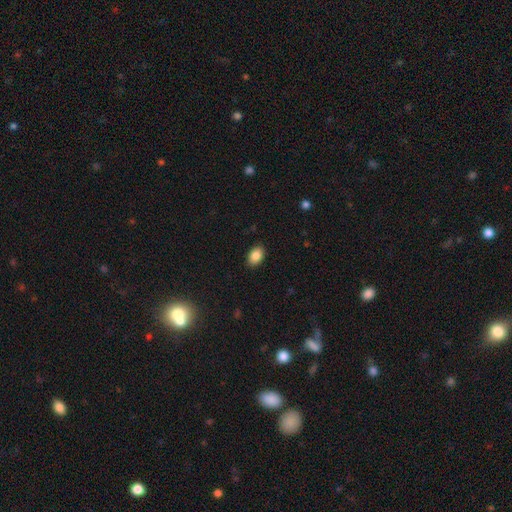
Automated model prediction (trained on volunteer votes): A smooth galaxy with no disk features (87%) that is in between round and cigar-shaped (86%). Merging: none (89%).